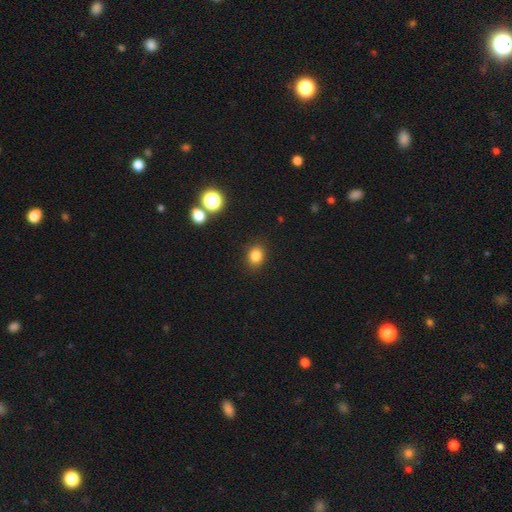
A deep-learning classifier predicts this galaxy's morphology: A smooth galaxy with no disk features (83%) that is round (55%).

Vote fractions:
- Smooth or featured? smooth: 83% / star or artifact: 12% / featured or disk: 5%
- How rounded? round: 55% / in between: 44% / cigar-shaped: 1%
- Merging? none: 88% / minor disturbance: 8% / major disturbance: 2% / merger: 2%